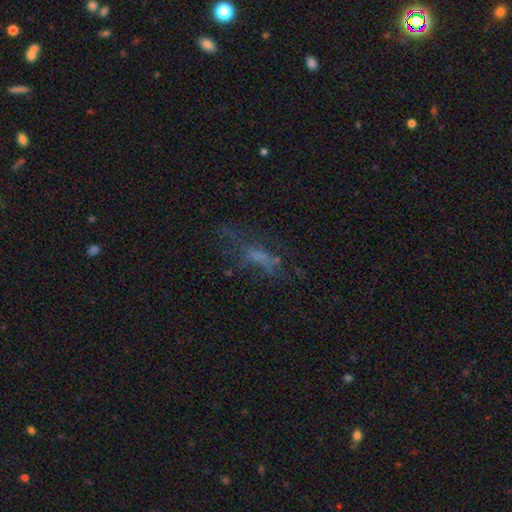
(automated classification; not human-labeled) This appears to be a featured or disk galaxy (38%). Merging: none (55%).